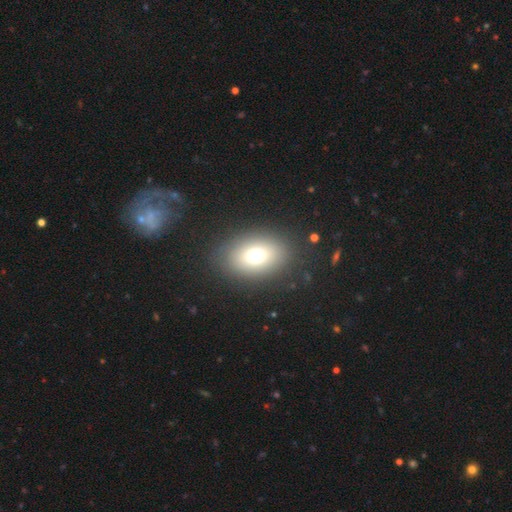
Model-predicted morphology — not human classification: smooth_or_featured: smooth (p=0.70) [alt: star or artifact p=0.15]
how_rounded: in between (p=0.69) [alt: round p=0.30]
merging: none (p=0.84) [alt: minor disturbance p=0.09]